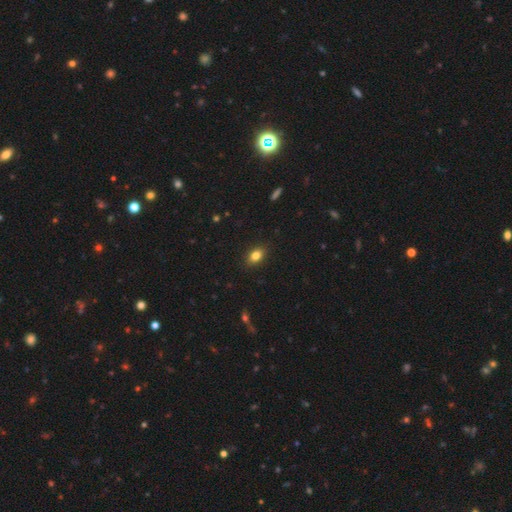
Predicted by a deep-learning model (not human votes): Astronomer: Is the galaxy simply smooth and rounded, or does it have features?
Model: smooth — 82%.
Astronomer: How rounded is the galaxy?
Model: in between — 81%.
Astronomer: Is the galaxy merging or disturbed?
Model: none — 88%.